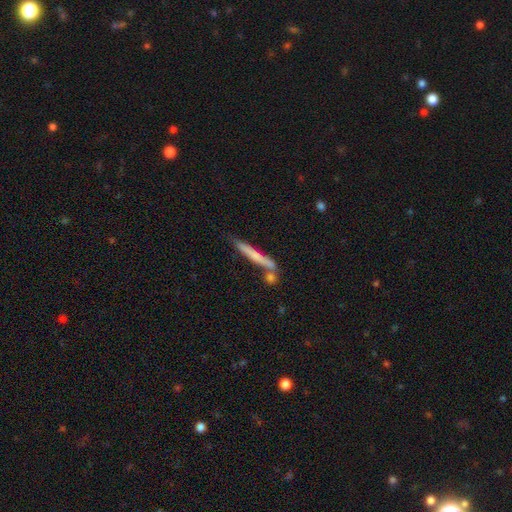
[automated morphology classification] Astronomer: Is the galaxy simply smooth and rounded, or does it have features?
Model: smooth — 52% (runner-up: featured or disk, 41%).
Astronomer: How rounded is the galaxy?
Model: cigar-shaped — 95%.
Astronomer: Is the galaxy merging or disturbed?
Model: none — 66%.